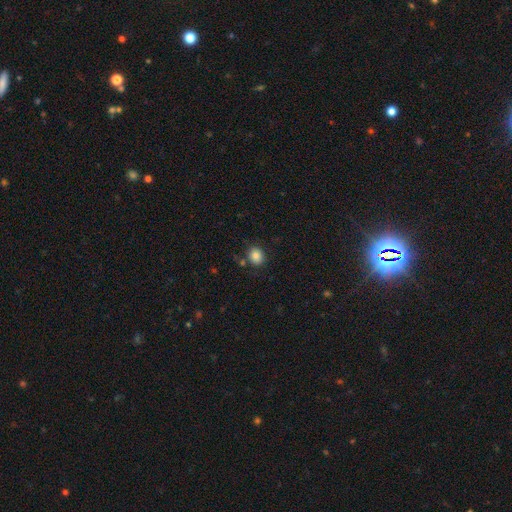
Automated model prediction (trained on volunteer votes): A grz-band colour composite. It shows a smooth galaxy with no disk features (83%) that is round (69%). Merging: none (78%).